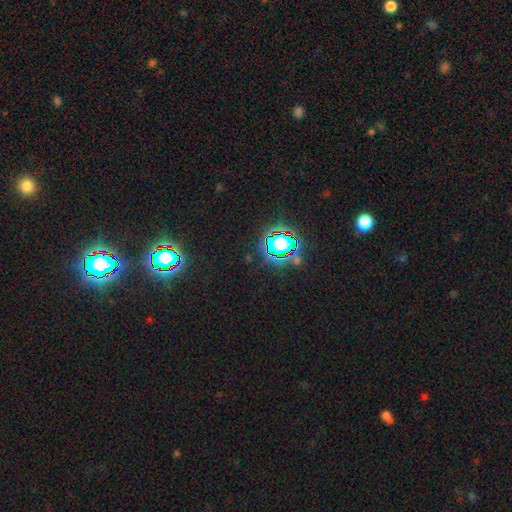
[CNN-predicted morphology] type=star or artifact (82%).